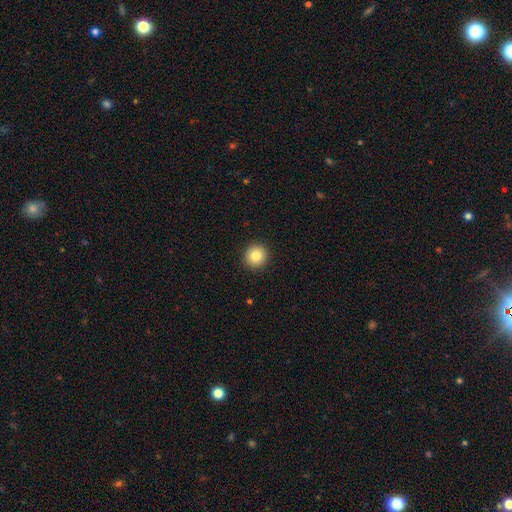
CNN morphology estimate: Smooth or featured? Predicted: smooth (p=0.83). How rounded? Predicted: round (p=0.94). Merging? Predicted: none (p=0.93).